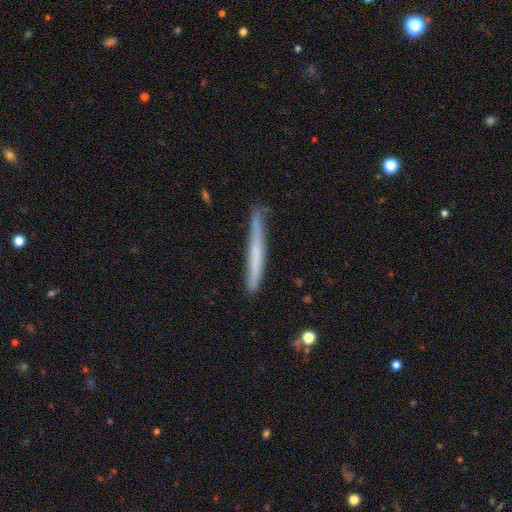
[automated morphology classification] smooth_or_featured: smooth (p=0.57) [alt: featured or disk p=0.37]
how_rounded: cigar-shaped (p=0.97) [alt: in between p=0.02]
merging: none (p=0.83) [alt: minor disturbance p=0.14]